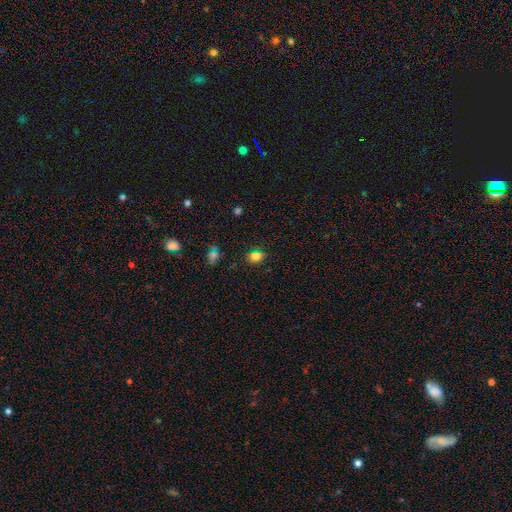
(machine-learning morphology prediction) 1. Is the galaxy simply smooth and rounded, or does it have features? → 76% smooth, 18% star or artifact, 6% featured or disk.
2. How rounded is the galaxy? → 49% round (tied), 49% in between (tied), 2% cigar-shaped.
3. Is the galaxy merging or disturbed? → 83% none, 13% minor disturbance, 3% major disturbance, 2% merger.